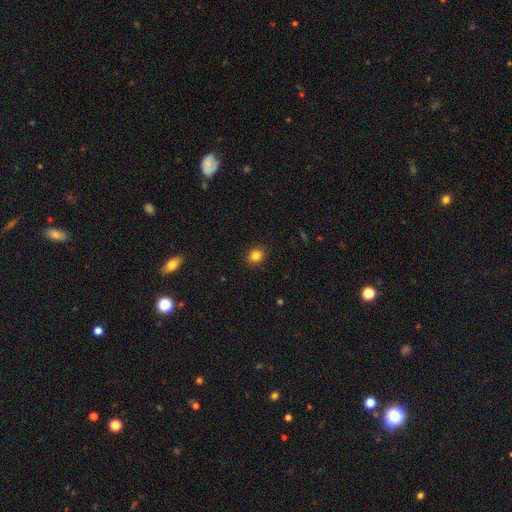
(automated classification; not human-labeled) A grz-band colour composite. It shows a smooth galaxy with no disk features (84%) that is round (81%). Merging: none (91%).